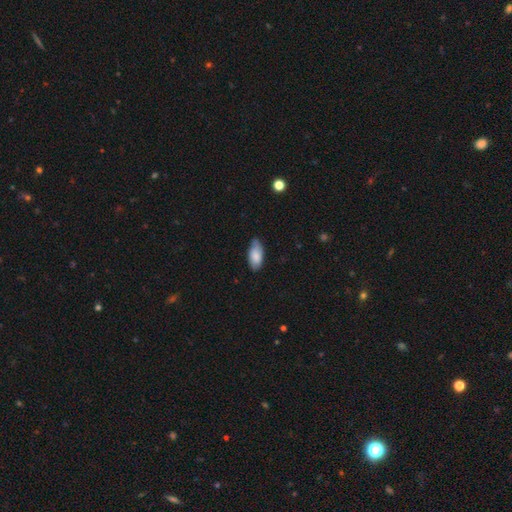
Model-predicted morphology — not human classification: smooth 78%, featured or disk 16%, star or artifact 6%. Down the decision tree: how rounded — in between (92%); merging — none (64%).